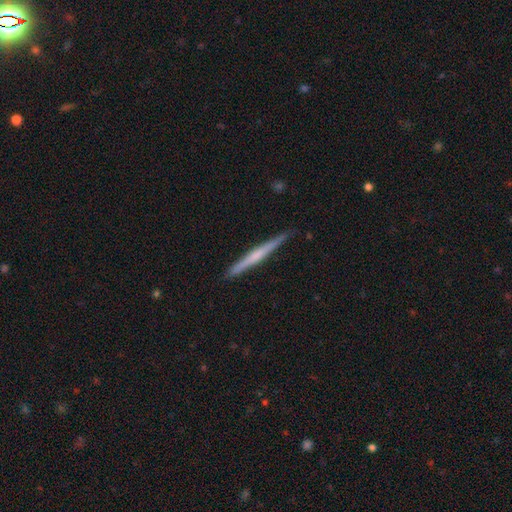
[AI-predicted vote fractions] A featured or disk galaxy (58%) viewed edge-on (98%) with no central bulge (56%). Merging: none (90%).